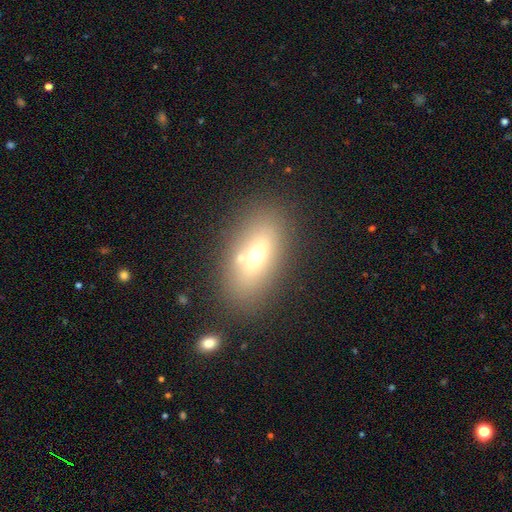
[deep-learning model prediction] A smooth galaxy with no disk features (59%) that is in between round and cigar-shaped (82%).

Vote fractions:
- Smooth or featured? smooth: 59% / featured or disk: 28% / star or artifact: 13%
- How rounded? in between: 82% / round: 10% / cigar-shaped: 8%
- Merging? none: 74% / minor disturbance: 11% / merger: 11% / major disturbance: 5%